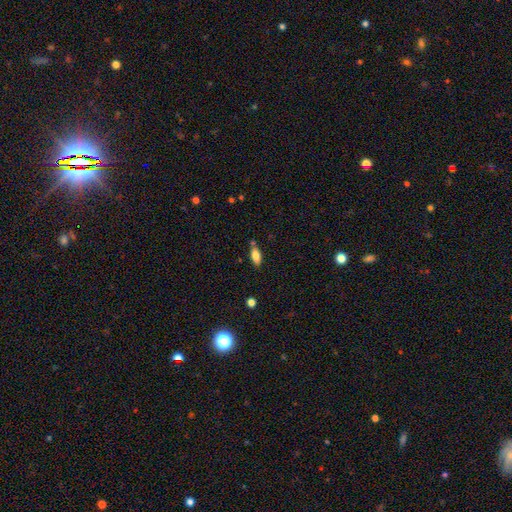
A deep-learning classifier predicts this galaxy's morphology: type=smooth (77%); roundness=in between (83%); merging=none (72%).